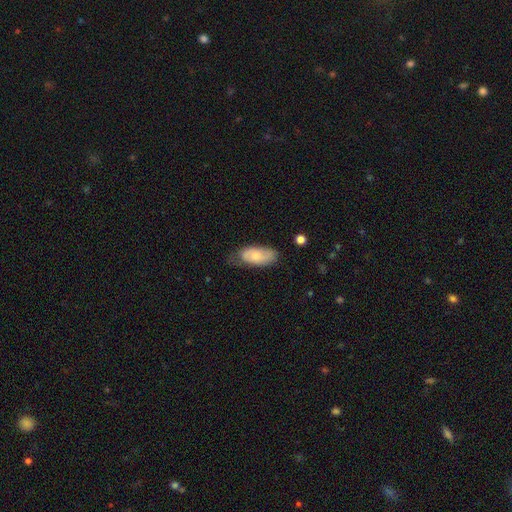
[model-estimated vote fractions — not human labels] A smooth galaxy with no disk features (66%) that is in between round and cigar-shaped (90%). Merging: none (53%).